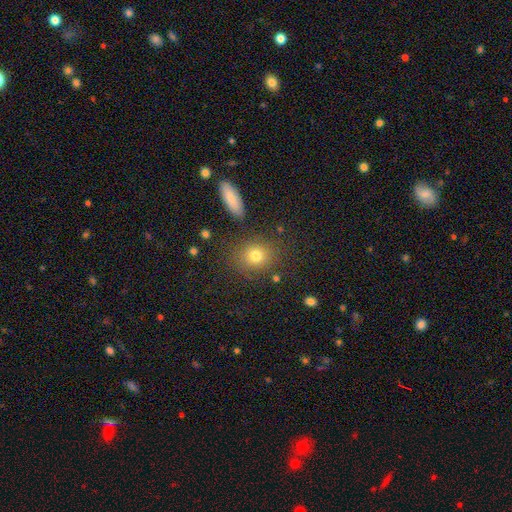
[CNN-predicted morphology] Q: Smooth or featured?
A: smooth (76%); runner-up: star or artifact (14%)
Q: How rounded?
A: round (67%); runner-up: in between (31%)
Q: Merging?
A: none (81%); runner-up: minor disturbance (10%)